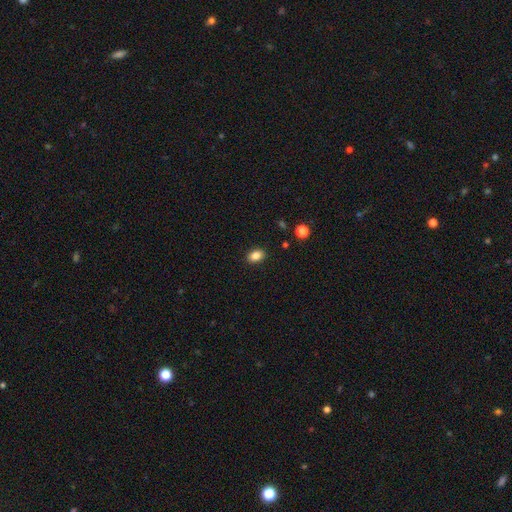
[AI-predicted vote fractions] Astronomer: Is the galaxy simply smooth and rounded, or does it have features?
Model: smooth — 86%.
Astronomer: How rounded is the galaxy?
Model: in between — 79%.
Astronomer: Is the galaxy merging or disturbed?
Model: none — 89%.